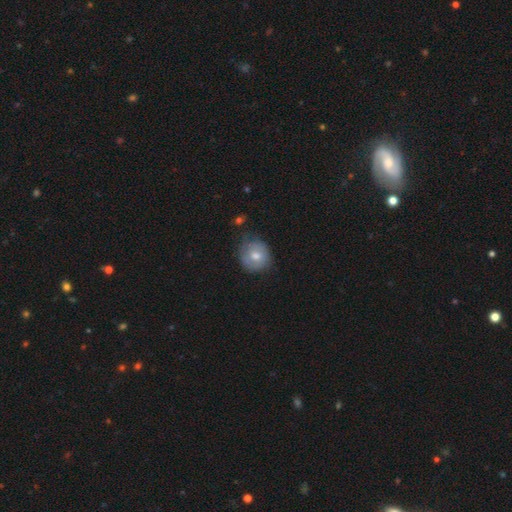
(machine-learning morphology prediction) type=smooth (58%); roundness=round (84%); merging=none (70%).